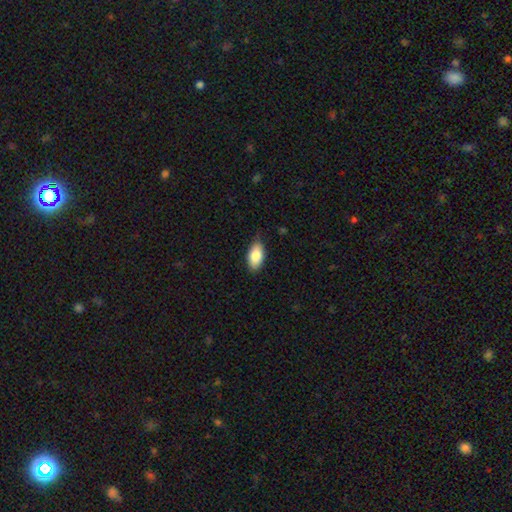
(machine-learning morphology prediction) This is clearly a smooth galaxy (83%). How rounded: clearly in between (93%). Merging: clearly none (82%).